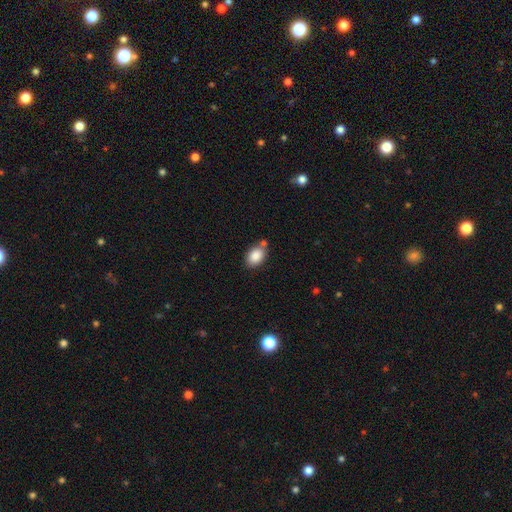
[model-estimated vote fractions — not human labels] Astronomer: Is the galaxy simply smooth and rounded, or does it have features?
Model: smooth — 87%.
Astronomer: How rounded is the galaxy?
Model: in between — 85%.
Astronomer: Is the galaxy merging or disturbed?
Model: none — 70%.